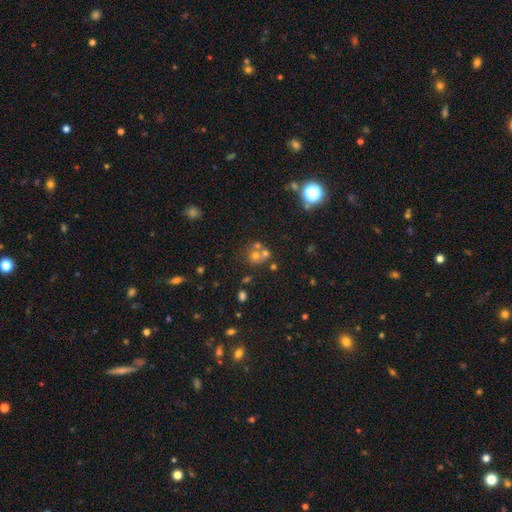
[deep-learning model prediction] smooth_or_featured: smooth (p=0.54) [alt: featured or disk p=0.25]
how_rounded: round (p=0.76) [alt: in between p=0.23]
merging: merger (p=0.48) [alt: none p=0.38]